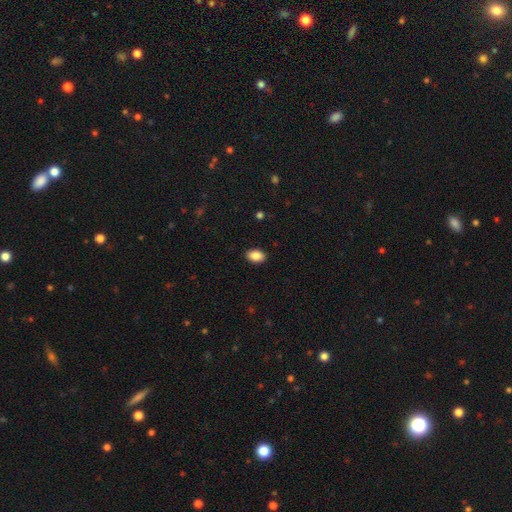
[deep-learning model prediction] A smooth galaxy with no disk features (88%) that is in between round and cigar-shaped (90%).

Vote fractions:
- Smooth or featured? smooth: 88% / star or artifact: 8% / featured or disk: 4%
- How rounded? in between: 90% / round: 9% / cigar-shaped: 1%
- Merging? none: 90% / minor disturbance: 7% / major disturbance: 2% / merger: 1%